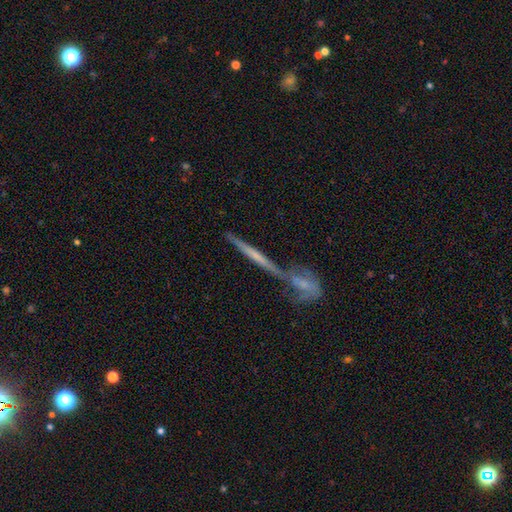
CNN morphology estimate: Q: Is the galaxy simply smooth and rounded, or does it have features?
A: featured or disk — 58%.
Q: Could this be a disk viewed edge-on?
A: yes — 85%.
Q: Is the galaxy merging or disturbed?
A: none — 43%.